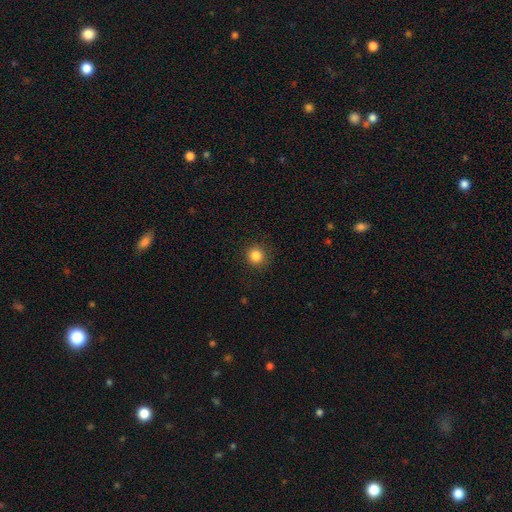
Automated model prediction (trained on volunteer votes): This appears to be a smooth galaxy with no disk features (84%) that is round (93%). Merging: none (91%).